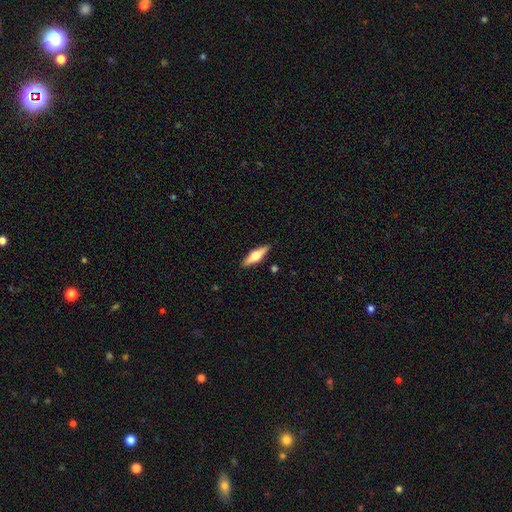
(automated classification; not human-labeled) smooth_or_featured: featured or disk (p=0.50) [alt: smooth p=0.44]
disk_edge_on: yes (p=0.94) [alt: no p=0.06]
merging: none (p=0.89) [alt: minor disturbance p=0.08]